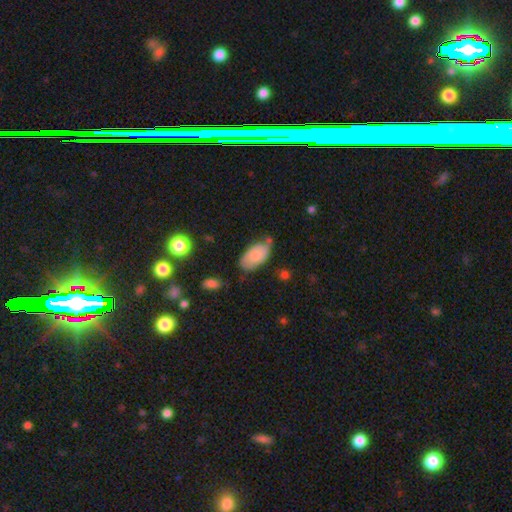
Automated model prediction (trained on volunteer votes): Overall: smooth (72%). How rounded: in between (94%). Merging: none (53%; minor disturbance 31%).